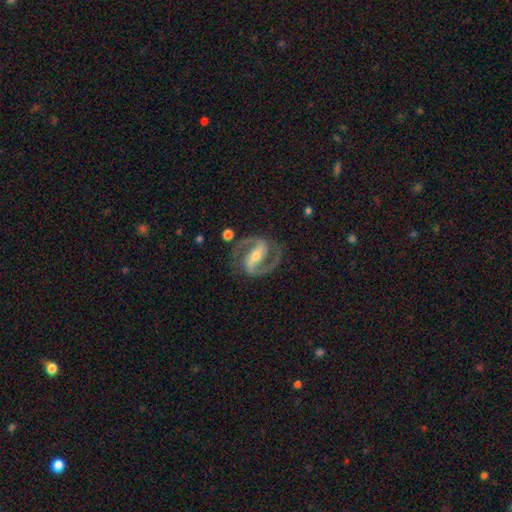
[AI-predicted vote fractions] This appears to be a featured or disk galaxy (93%) with a strong bar (69%), 2 (94%) medium (61%) spiral arms (98%) and a small central bulge (47%, tied with moderate). Merging: none (84%).